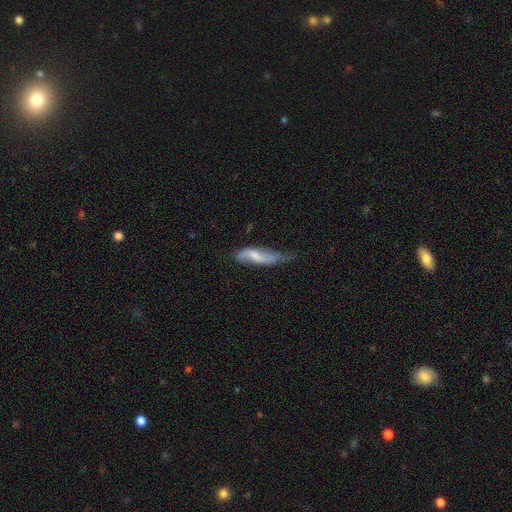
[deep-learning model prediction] Smooth or featured? featured or disk (52%)
Edge-on disk? no (80%)
Merging? minor disturbance (40%)